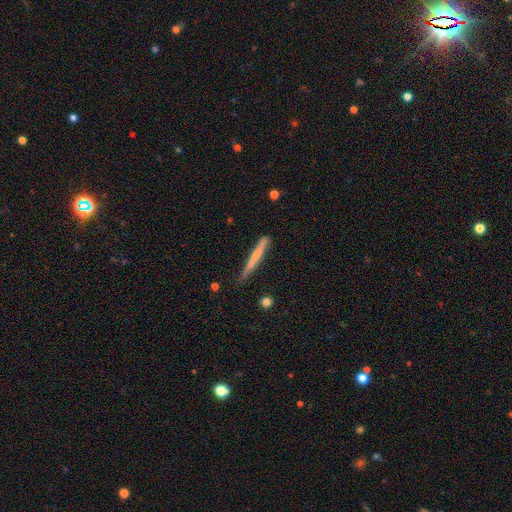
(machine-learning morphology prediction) A smooth galaxy with no disk features (60%) that is cigar-shaped (97%).

Vote fractions:
- Smooth or featured? smooth: 60% / featured or disk: 34% / star or artifact: 6%
- How rounded? cigar-shaped: 97% / in between: 2% / round: 1%
- Merging? none: 79% / minor disturbance: 16% / major disturbance: 3% / merger: 2%